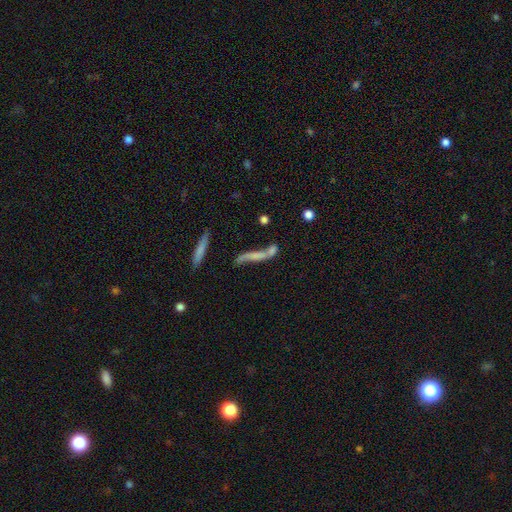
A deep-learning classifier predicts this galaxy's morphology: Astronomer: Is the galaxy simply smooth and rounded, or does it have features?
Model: featured or disk — 51% (runner-up: smooth, 40%).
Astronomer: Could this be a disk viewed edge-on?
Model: no — 58% (runner-up: yes, 42%).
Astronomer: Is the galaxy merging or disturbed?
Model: none — 35% (runner-up: merger, 34%).